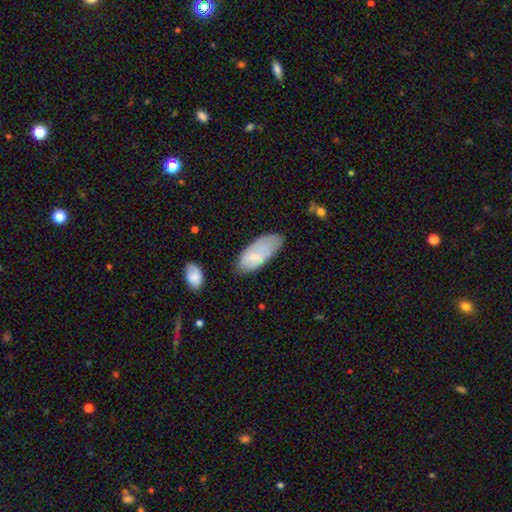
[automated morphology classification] Smooth or featured? Predicted: smooth (p=0.68). How rounded? Predicted: in between (p=0.86). Merging? Predicted: none (p=0.47).